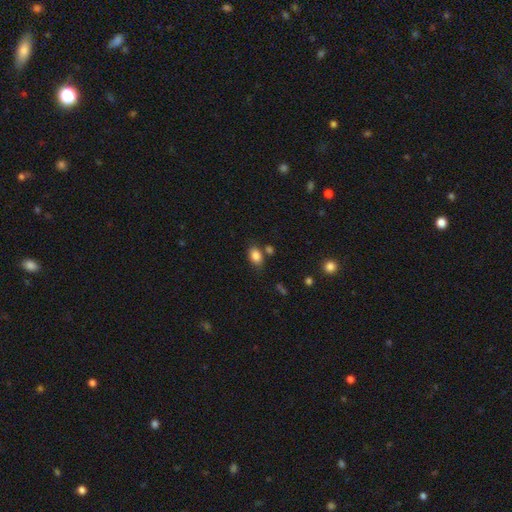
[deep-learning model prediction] Smooth or featured?
  - smooth: 85% *
  - star or artifact: 9%
  - featured or disk: 6%
How rounded?
  - in between: 83% *
  - round: 16%
  - cigar-shaped: 1%
Merging?
  - none: 72% *
  - minor disturbance: 14%
  - merger: 10%
  - major disturbance: 4%